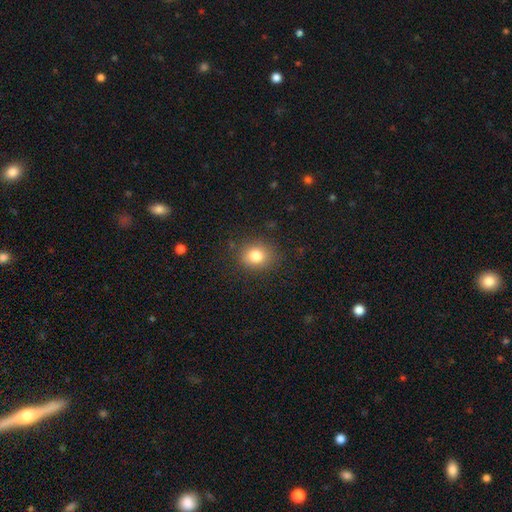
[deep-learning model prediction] smooth 81%, star or artifact 11%, featured or disk 8%. Down the decision tree: how rounded — round (68%); merging — none (85%).